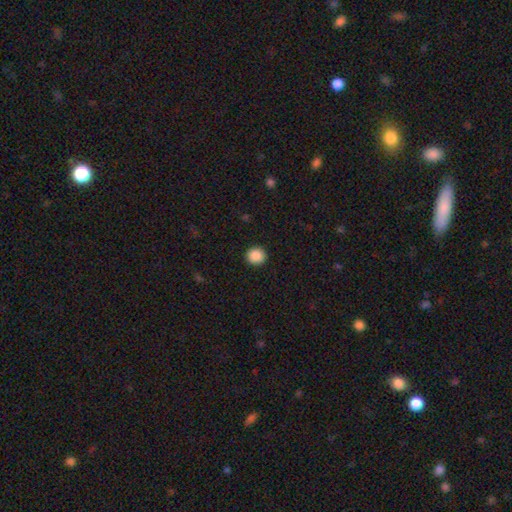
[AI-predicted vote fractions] Smooth or featured?
  - smooth: 88% *
  - star or artifact: 9%
  - featured or disk: 3%
How rounded?
  - round: 92% *
  - in between: 7%
  - cigar-shaped: 1%
Merging?
  - none: 93% *
  - minor disturbance: 5%
  - major disturbance: 2%
  - merger: 1%